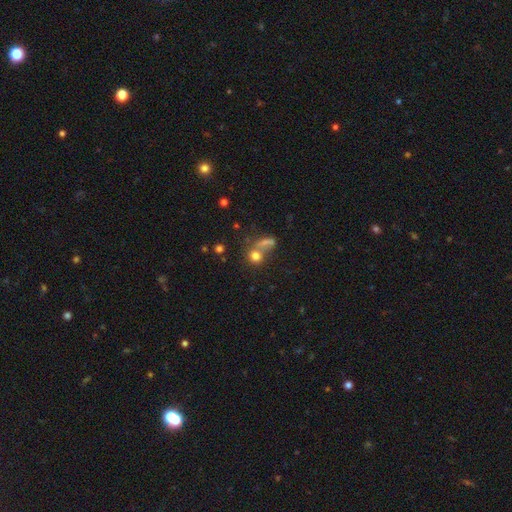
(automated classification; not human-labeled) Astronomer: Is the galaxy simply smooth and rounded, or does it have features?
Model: smooth — 74%.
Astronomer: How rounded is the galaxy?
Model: round — 78%.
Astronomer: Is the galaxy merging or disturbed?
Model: none — 46% (runner-up: merger, 37%).